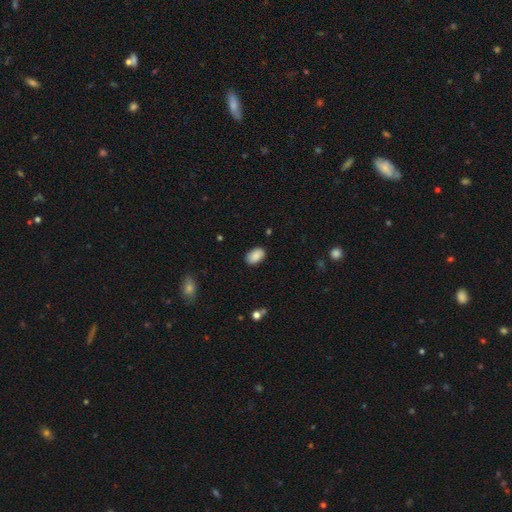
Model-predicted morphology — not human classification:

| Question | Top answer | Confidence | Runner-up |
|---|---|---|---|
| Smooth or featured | smooth | 89% | star or artifact (7%) |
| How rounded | in between | 91% | round (8%) |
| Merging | none | 86% | minor disturbance (10%) |